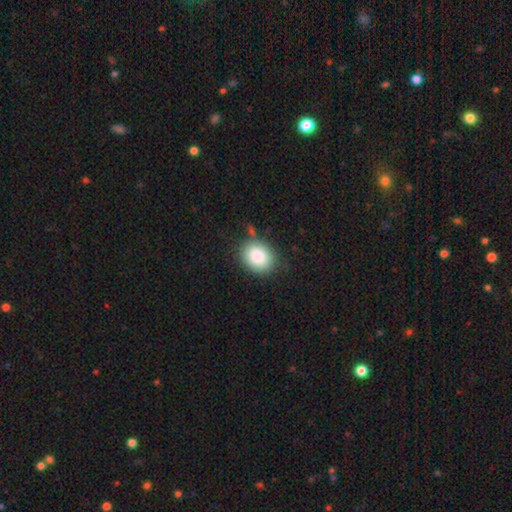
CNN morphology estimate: The model was most divided on "how rounded": round: 50%, in between: 49%, cigar-shaped: 1%. More confident: smooth or featured — smooth (86%); merging — none (78%).